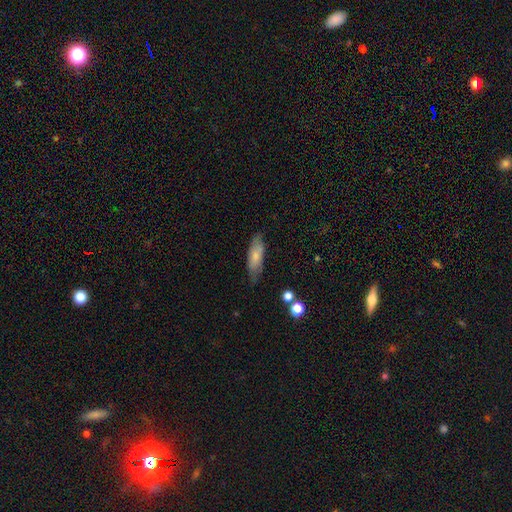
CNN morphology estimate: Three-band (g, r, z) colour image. It shows a smooth galaxy with no disk features (69%) that is in between round and cigar-shaped (56%). Merging: none (73%).